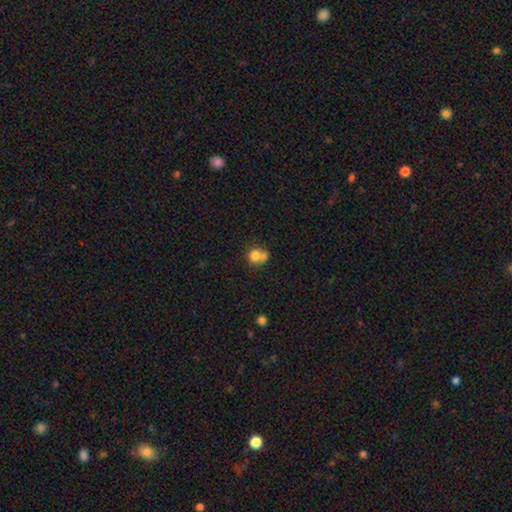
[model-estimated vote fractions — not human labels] Q: Smooth or featured?
A: smooth (75%); runner-up: featured or disk (14%)
Q: How rounded?
A: round (79%); runner-up: in between (20%)
Q: Merging?
A: merger (51%); runner-up: none (36%)